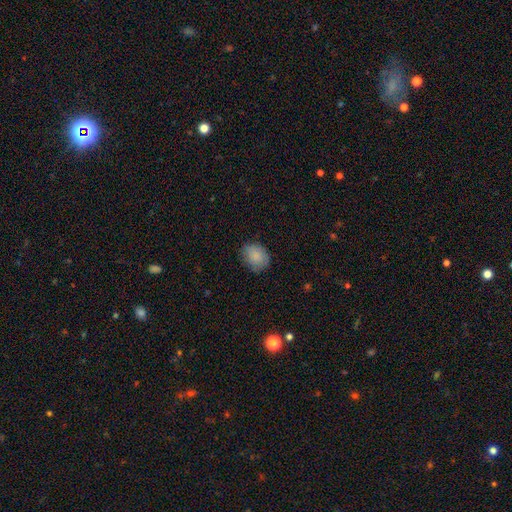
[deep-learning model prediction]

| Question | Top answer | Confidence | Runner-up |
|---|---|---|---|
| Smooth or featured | smooth | 85% | featured or disk (8%) |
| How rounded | round | 52% | in between (47%) |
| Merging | none | 78% | minor disturbance (17%) |